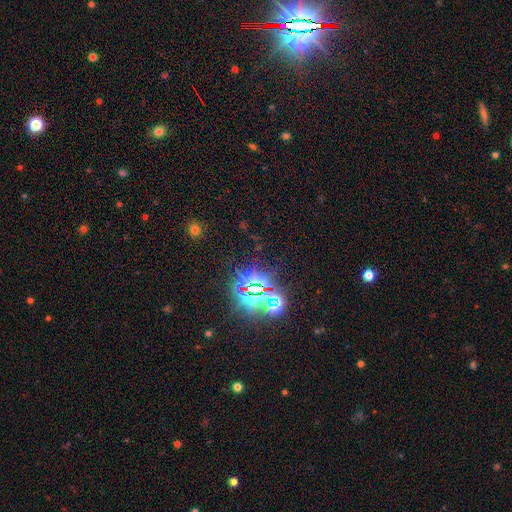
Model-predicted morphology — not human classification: Smooth or featured? Predicted: star or artifact (p=0.79).